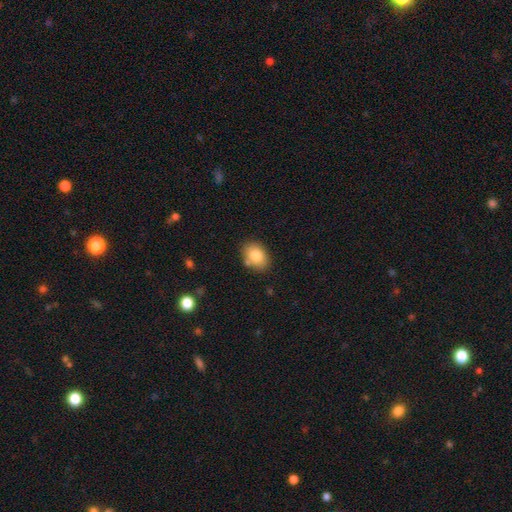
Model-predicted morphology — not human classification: This appears to be a smooth galaxy with no disk features (80%) that is in between round and cigar-shaped (70%). Merging: none (77%).